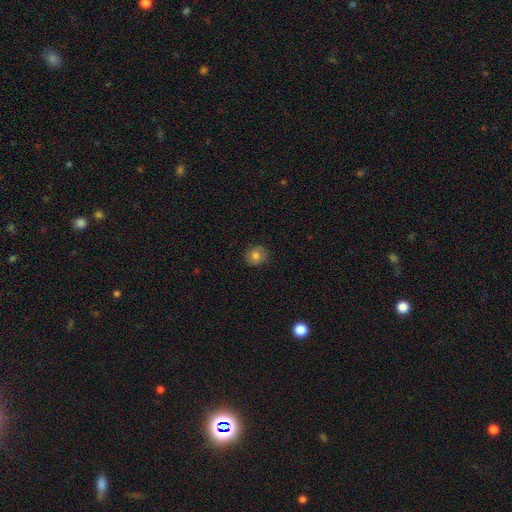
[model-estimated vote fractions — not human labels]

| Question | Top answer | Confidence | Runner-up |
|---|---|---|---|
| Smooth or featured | smooth | 80% | star or artifact (11%) |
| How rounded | round | 79% | in between (20%) |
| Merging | none | 86% | minor disturbance (11%) |